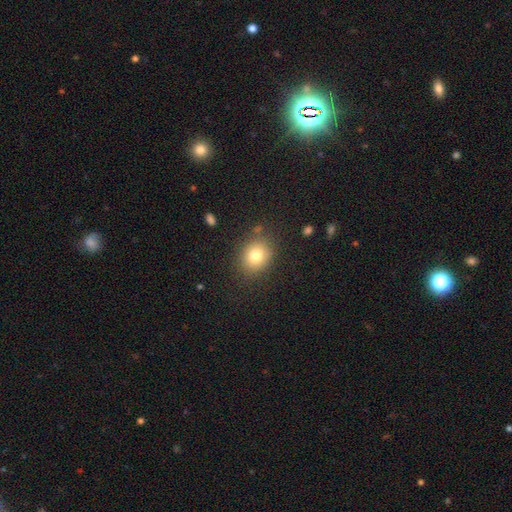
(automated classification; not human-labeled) smooth_or_featured: smooth (p=0.78) [alt: star or artifact p=0.12]
how_rounded: round (p=0.62) [alt: in between p=0.37]
merging: none (p=0.82) [alt: minor disturbance p=0.11]